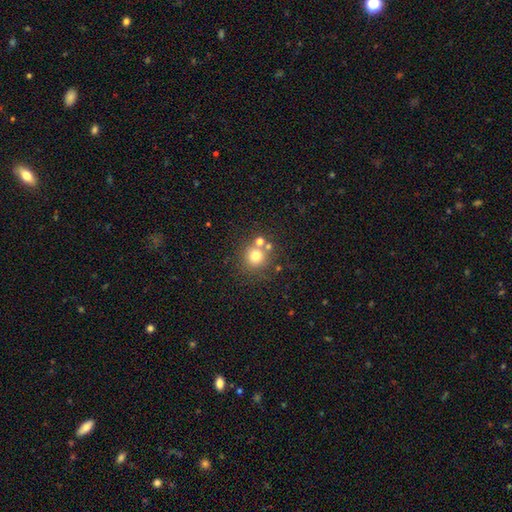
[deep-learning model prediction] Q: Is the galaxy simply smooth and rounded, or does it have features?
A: smooth — 73%.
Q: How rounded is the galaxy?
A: round — 92%.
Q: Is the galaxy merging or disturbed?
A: none — 69%.